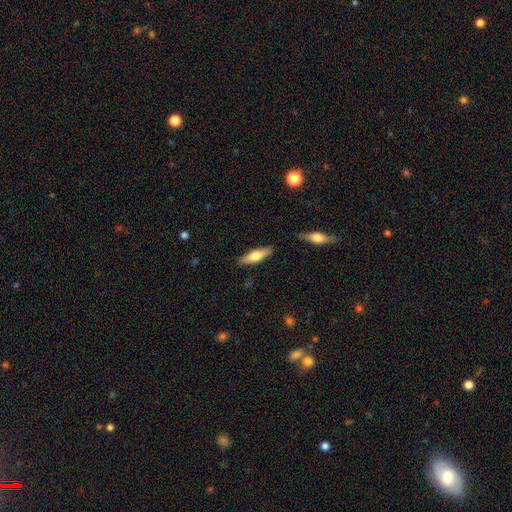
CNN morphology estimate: The model was most divided on "smooth or featured": smooth: 53%, featured or disk: 42%, star or artifact: 6%. More confident: merging — none (86%); how rounded — cigar-shaped (56%).